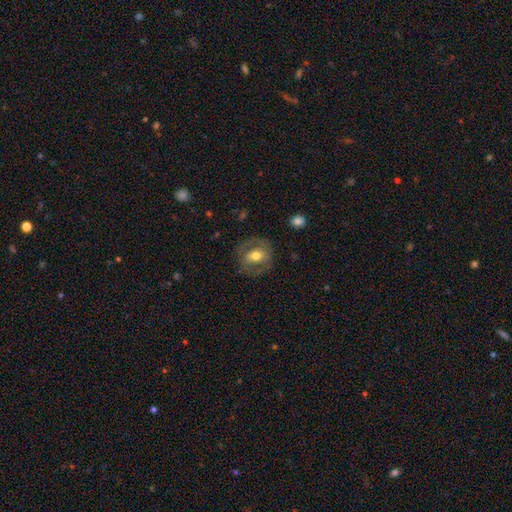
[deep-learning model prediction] smooth-or-featured: featured or disk: 51% | smooth: 42% | star or artifact: 7%
  disk-edge-on: no: 94% | yes: 6%
  merging: none: 75% | minor disturbance: 15% | major disturbance: 9% | merger: 1%